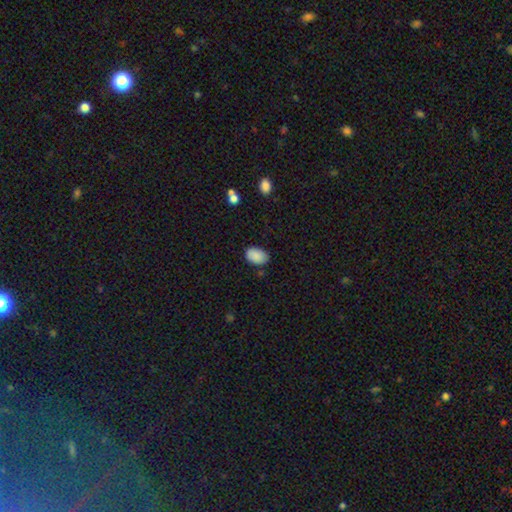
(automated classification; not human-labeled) Smooth or featured?
  - smooth: 88% *
  - star or artifact: 7%
  - featured or disk: 5%
How rounded?
  - in between: 88% *
  - round: 11%
  - cigar-shaped: 1%
Merging?
  - none: 80% *
  - minor disturbance: 15%
  - major disturbance: 3%
  - merger: 2%